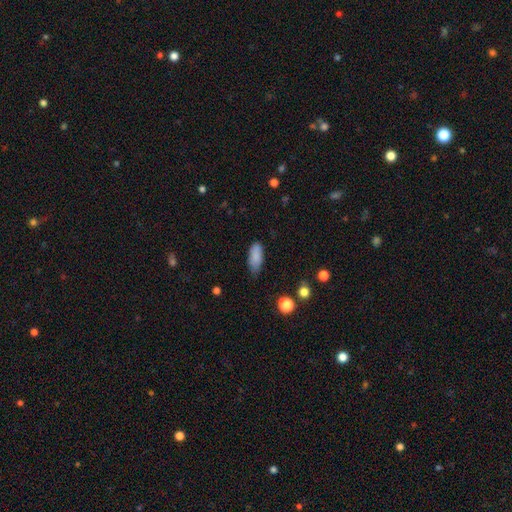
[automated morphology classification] Overall: smooth (87%). How rounded: in between (81%). Merging: none (70%).